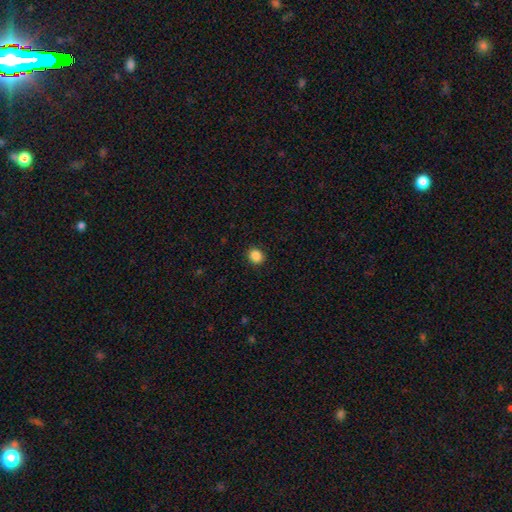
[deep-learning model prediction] A smooth galaxy with no disk features (87%) that is round (73%). Merging: none (91%).